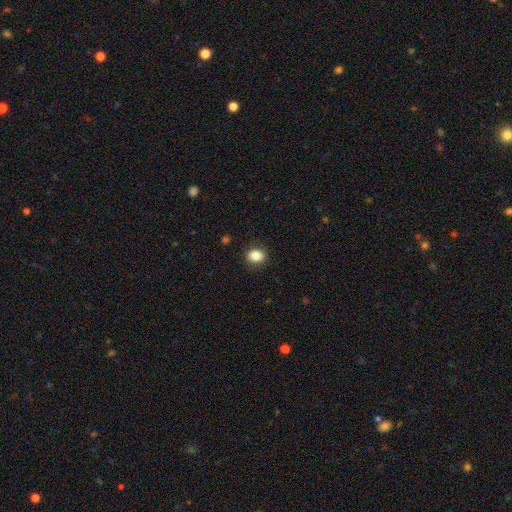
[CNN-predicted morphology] Overall: smooth (85%). How rounded: round (58%; in between 41%). Merging: none (89%).